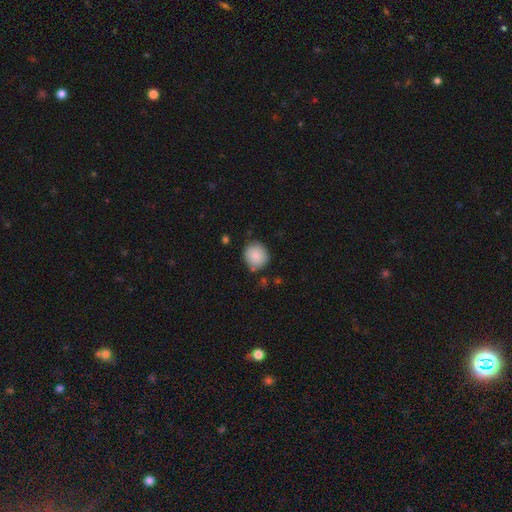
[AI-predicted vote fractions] Q: Smooth or featured?
A: smooth (85%); runner-up: star or artifact (8%)
Q: How rounded?
A: round (89%); runner-up: in between (10%)
Q: Merging?
A: none (80%); runner-up: minor disturbance (14%)